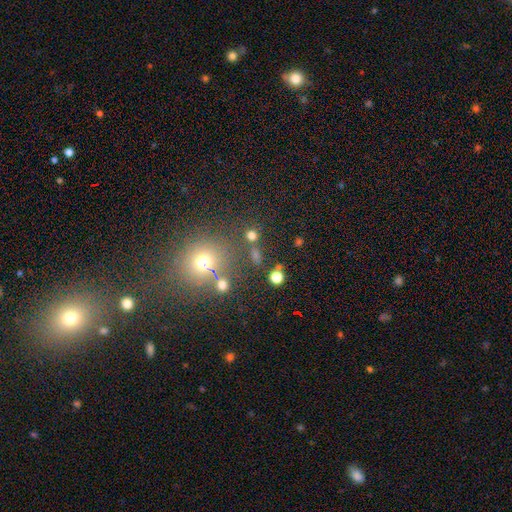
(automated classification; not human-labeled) This appears to be a smooth galaxy with no disk features (54%) that is round (70%). Merging: none (71%).